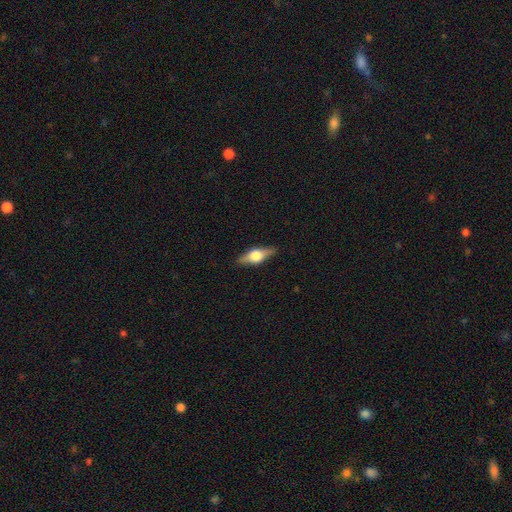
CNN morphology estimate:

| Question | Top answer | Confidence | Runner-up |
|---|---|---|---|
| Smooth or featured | featured or disk | 55% | smooth (39%) |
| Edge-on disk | yes | 93% | no (7%) |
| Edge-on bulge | rounded | 94% | boxy (5%) |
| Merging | none | 88% | minor disturbance (9%) |